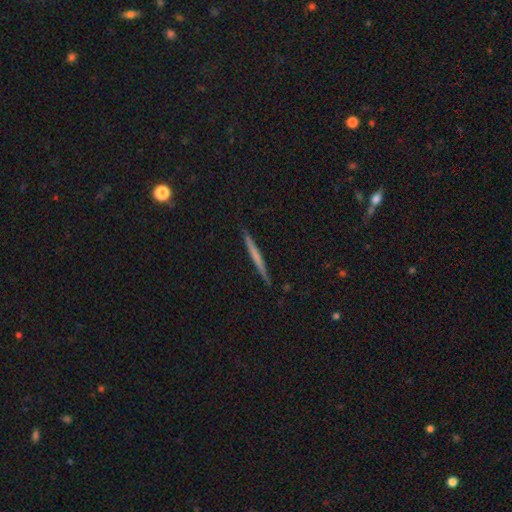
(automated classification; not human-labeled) Overall: smooth (47%, tied with featured or disk). Merging: none (90%).